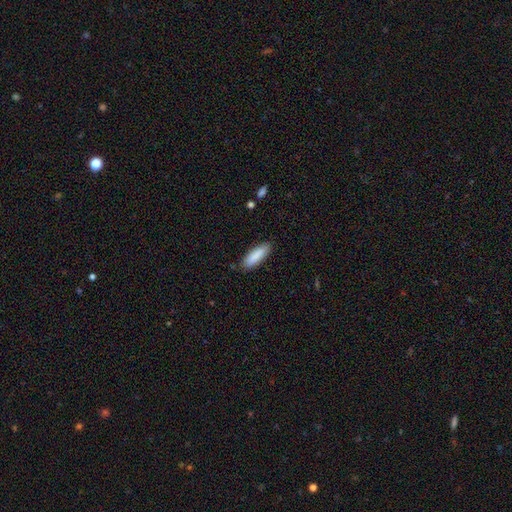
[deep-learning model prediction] Smooth or featured: smooth — 87% (featured or disk — 7%)
How rounded: cigar-shaped — 53% (in between — 46%)
Merging: none — 86% (minor disturbance — 11%)